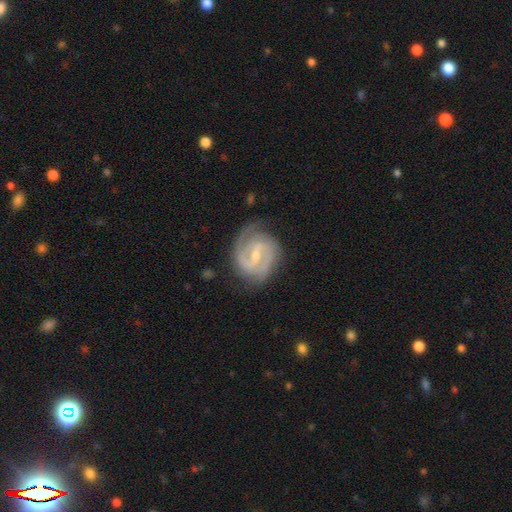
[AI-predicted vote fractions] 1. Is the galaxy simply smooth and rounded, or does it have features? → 89% featured or disk, 7% smooth, 5% star or artifact.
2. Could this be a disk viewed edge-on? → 98% no, 2% yes.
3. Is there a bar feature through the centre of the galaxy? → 54% weak, 30% strong, 15% no.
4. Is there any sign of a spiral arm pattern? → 97% yes, 3% no.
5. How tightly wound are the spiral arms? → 49% tight, 43% medium, 8% loose.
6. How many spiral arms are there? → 77% 2, 10% 3, 7% can't tell, 2% 1, 2% 4, 2% more than 4.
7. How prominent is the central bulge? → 56% small, 39% moderate, 3% none, 1% large, 1% dominant.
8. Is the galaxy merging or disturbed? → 75% none, 18% minor disturbance, 6% major disturbance, 1% merger.